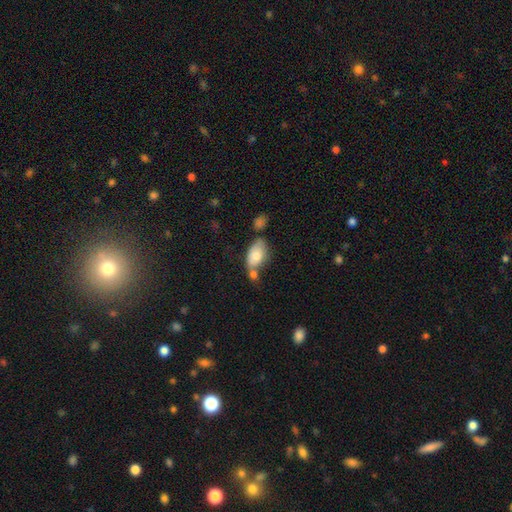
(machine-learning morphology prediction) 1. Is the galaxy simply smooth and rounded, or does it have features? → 76% smooth, 17% featured or disk, 7% star or artifact.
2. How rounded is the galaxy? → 91% in between, 6% round, 3% cigar-shaped.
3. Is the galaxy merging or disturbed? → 37% none, 35% merger, 19% minor disturbance, 8% major disturbance.